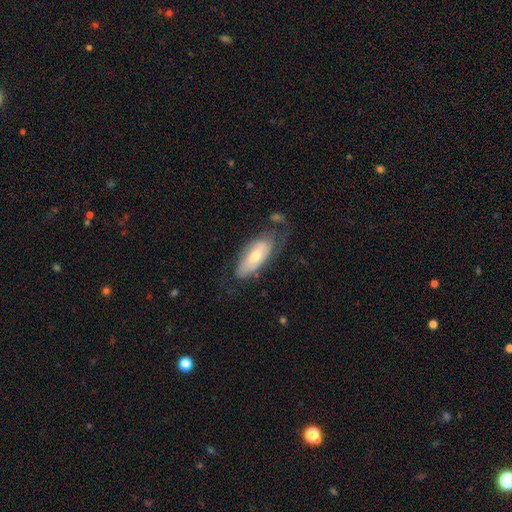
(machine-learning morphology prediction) This is possibly a smooth galaxy (51%). How rounded: clearly in between (81%). Merging: possibly none (48%).